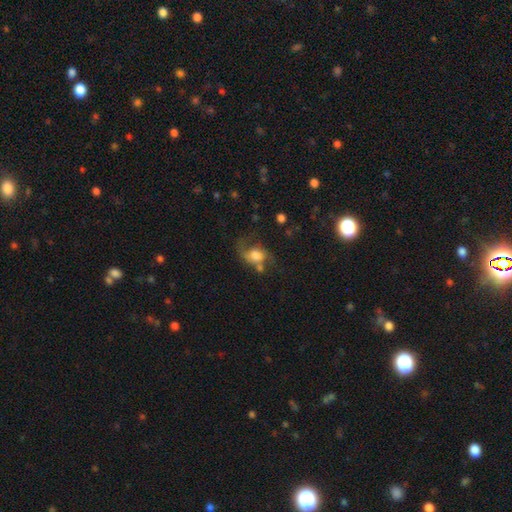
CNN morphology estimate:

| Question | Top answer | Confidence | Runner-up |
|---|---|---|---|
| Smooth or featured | smooth | 46% | featured or disk (44%) |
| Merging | major disturbance | 36% | none (30%) |